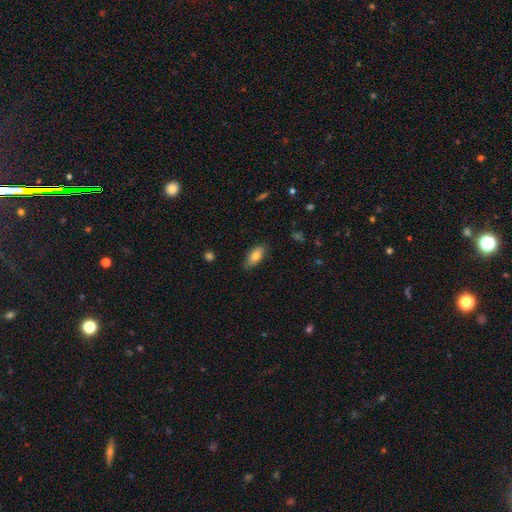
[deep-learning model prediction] This is likely a smooth galaxy (79%). How rounded: clearly in between (86%). Merging: clearly none (83%).